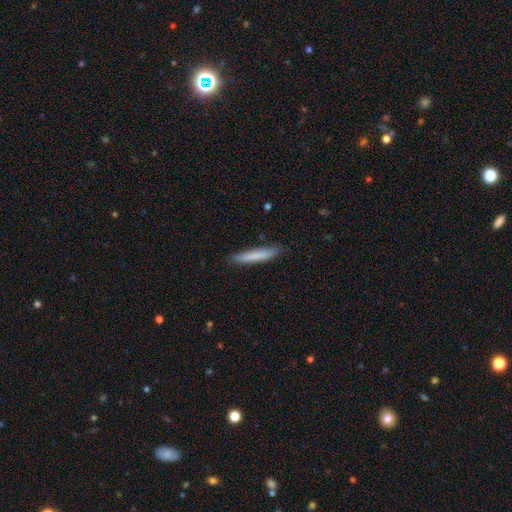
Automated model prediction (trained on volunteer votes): A smooth galaxy with no disk features (78%) that is cigar-shaped (94%).

Vote fractions:
- Smooth or featured? smooth: 78% / featured or disk: 17% / star or artifact: 6%
- How rounded? cigar-shaped: 94% / in between: 5% / round: 1%
- Merging? none: 86% / minor disturbance: 11% / major disturbance: 2% / merger: 1%